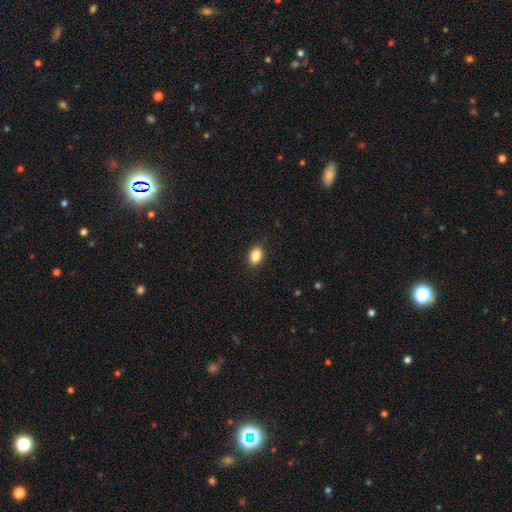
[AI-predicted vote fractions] smooth_or_featured: smooth (p=0.87) [alt: star or artifact p=0.09]
how_rounded: in between (p=0.83) [alt: round p=0.15]
merging: none (p=0.90) [alt: minor disturbance p=0.08]